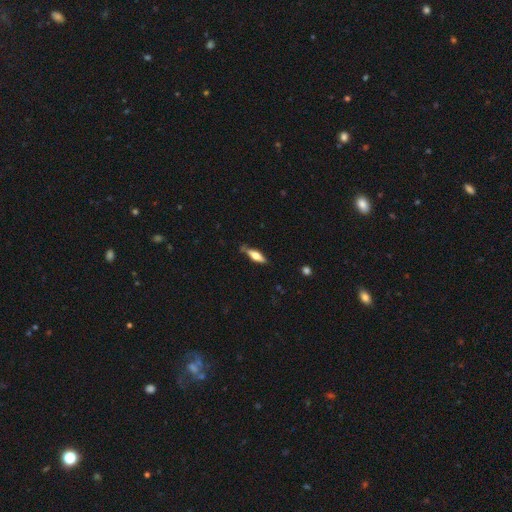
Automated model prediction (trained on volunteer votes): Smooth or featured? Predicted: featured or disk (p=0.48). Merging? Predicted: none (p=0.77).